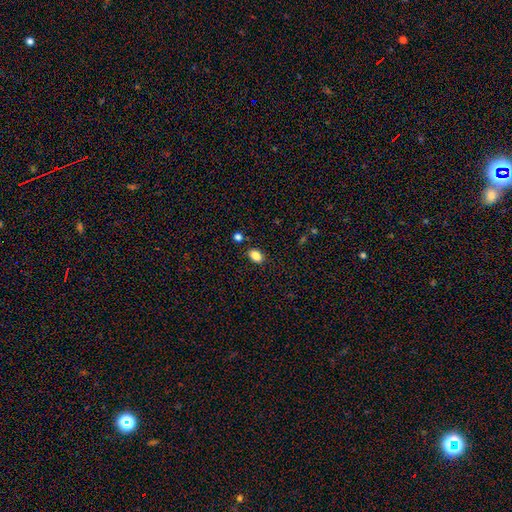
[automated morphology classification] smooth 85%, star or artifact 10%, featured or disk 5%. Down the decision tree: how rounded — in between (83%); merging — none (84%).